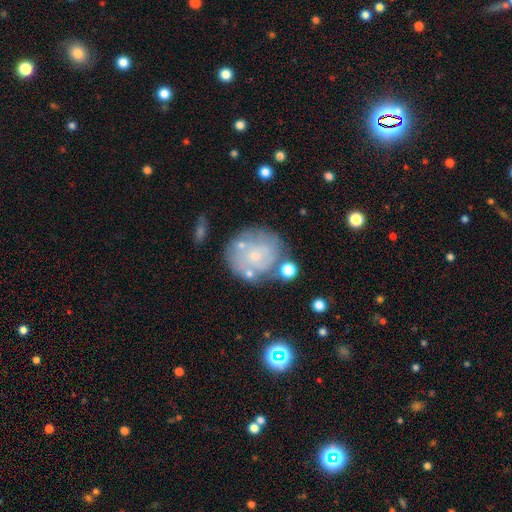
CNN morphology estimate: Smooth or featured?
  - featured or disk: 60% *
  - smooth: 31%
  - star or artifact: 9%
Edge-on disk?
  - no: 98% *
  - yes: 2%
Bar?
  - no: 81% *
  - weak: 16%
  - strong: 3%
Spiral arms?
  - yes: 66% *
  - no: 34%
Bulge size?
  - small: 75% *
  - moderate: 15%
  - none: 7%
  - large: 1%
  - dominant: 1%
Merging?
  - none: 63% *
  - minor disturbance: 19%
  - major disturbance: 9%
  - merger: 8%